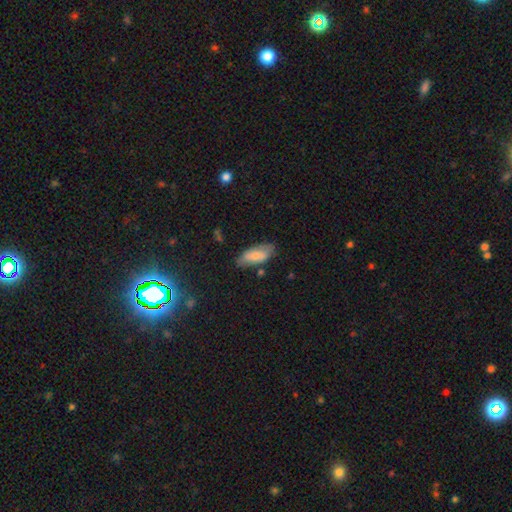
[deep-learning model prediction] Smooth or featured?
  - smooth: 69% *
  - featured or disk: 25%
  - star or artifact: 7%
How rounded?
  - in between: 86% *
  - cigar-shaped: 12%
  - round: 2%
Merging?
  - none: 67% *
  - minor disturbance: 24%
  - major disturbance: 5%
  - merger: 4%